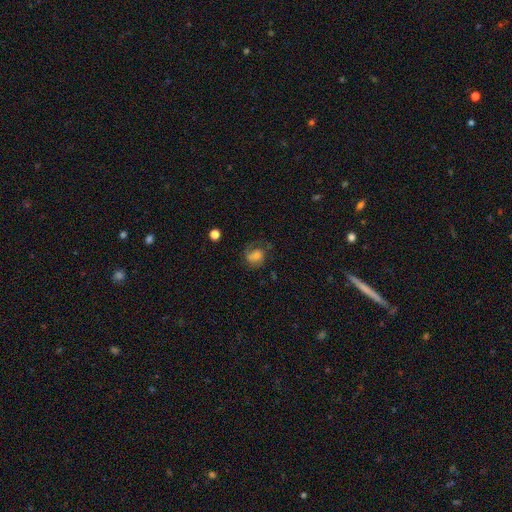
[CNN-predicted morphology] Q: Smooth or featured?
A: smooth (45%); runner-up: featured or disk (43%)
Q: Merging?
A: none (52%); runner-up: minor disturbance (23%)